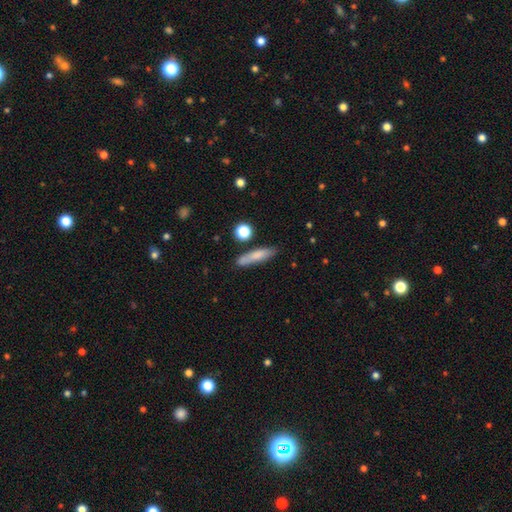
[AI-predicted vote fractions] Smooth or featured?
  - smooth: 73% *
  - featured or disk: 19%
  - star or artifact: 8%
How rounded?
  - cigar-shaped: 81% *
  - in between: 16%
  - round: 3%
Merging?
  - none: 78% *
  - minor disturbance: 14%
  - merger: 5%
  - major disturbance: 3%